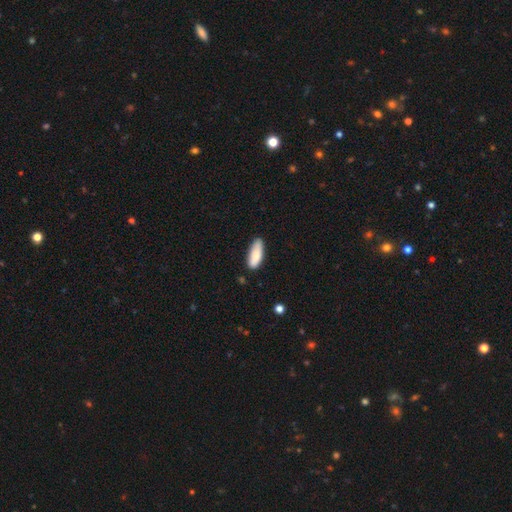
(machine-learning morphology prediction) smooth-or-featured: smooth: 85% | featured or disk: 9% | star or artifact: 6%
  how-rounded: in between: 69% | cigar-shaped: 29% | round: 2%
  merging: none: 78% | minor disturbance: 18% | major disturbance: 3% | merger: 2%